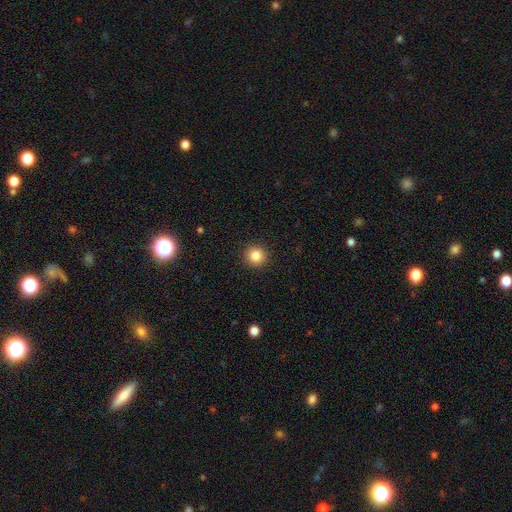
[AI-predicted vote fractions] Overall: smooth (85%). How rounded: round (94%). Merging: none (92%).